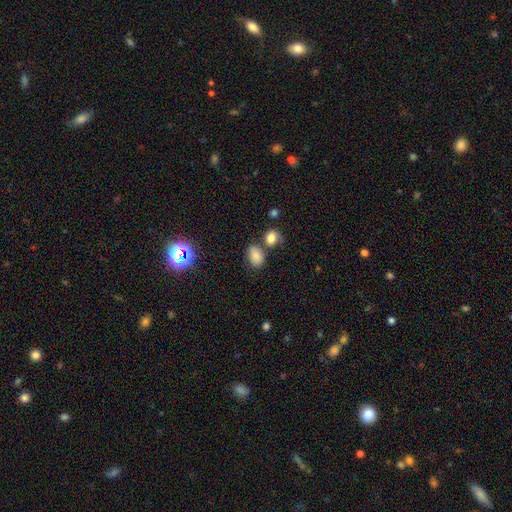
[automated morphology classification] A smooth galaxy with no disk features (76%) that is in between round and cigar-shaped (81%). Merging: none (64%).